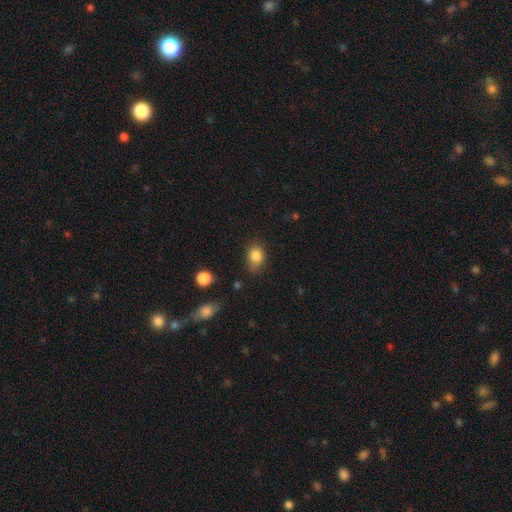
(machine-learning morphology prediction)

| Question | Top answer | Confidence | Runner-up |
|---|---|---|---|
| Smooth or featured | smooth | 84% | star or artifact (9%) |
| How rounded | in between | 63% | round (36%) |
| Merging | none | 66% | minor disturbance (25%) |